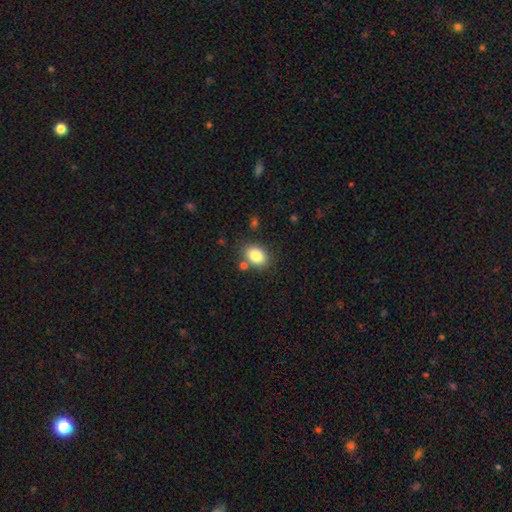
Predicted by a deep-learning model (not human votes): smooth 84%, star or artifact 9%, featured or disk 7%. Down the decision tree: how rounded — in between (73%); merging — none (76%).